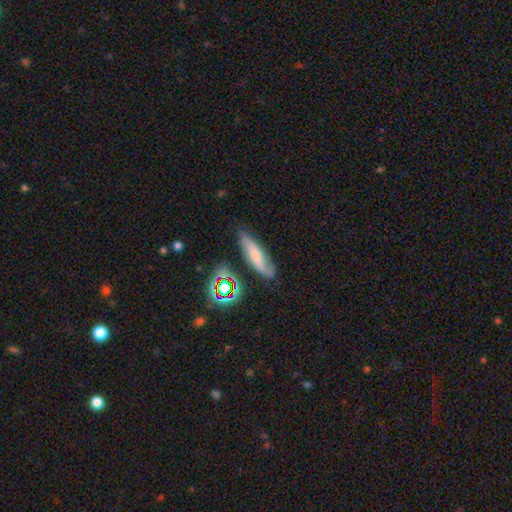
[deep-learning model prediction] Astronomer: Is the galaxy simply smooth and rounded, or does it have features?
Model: smooth — 48% (runner-up: featured or disk, 39%).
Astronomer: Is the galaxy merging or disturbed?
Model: none — 68%.